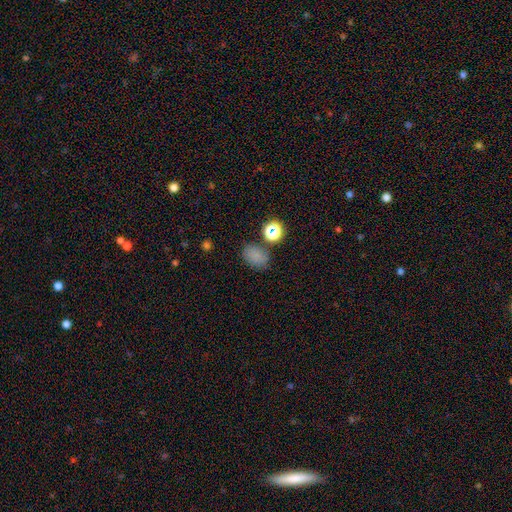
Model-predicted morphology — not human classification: The model was most divided on "how rounded": in between: 73%, round: 26%, cigar-shaped: 1%. More confident: smooth or featured — smooth (76%); merging — none (75%).